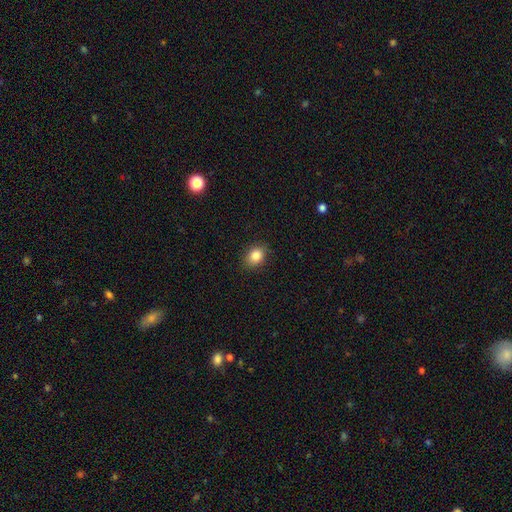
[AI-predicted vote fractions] smooth-or-featured: smooth: 85% | star or artifact: 10% | featured or disk: 6%
  how-rounded: in between: 62% | round: 37% | cigar-shaped: 1%
  merging: none: 86% | minor disturbance: 10% | major disturbance: 3% | merger: 1%